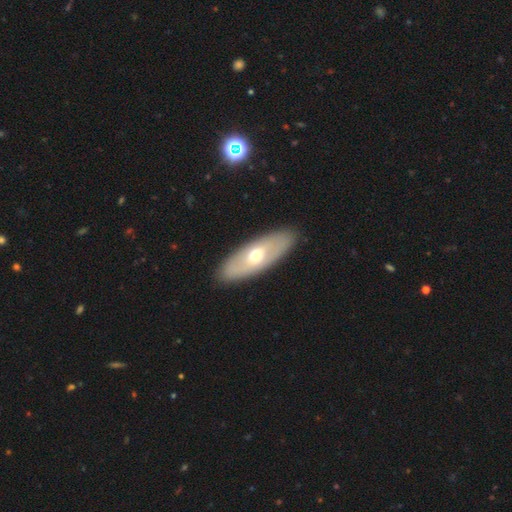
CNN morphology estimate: smooth_or_featured: featured or disk (p=0.48) [alt: smooth p=0.47]
merging: none (p=0.89) [alt: minor disturbance p=0.08]